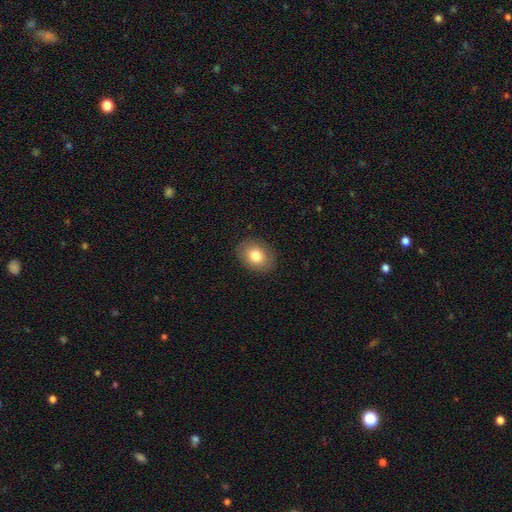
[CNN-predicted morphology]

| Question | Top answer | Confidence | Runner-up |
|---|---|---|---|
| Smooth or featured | smooth | 80% | featured or disk (12%) |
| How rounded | in between | 63% | round (36%) |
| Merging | none | 88% | minor disturbance (8%) |